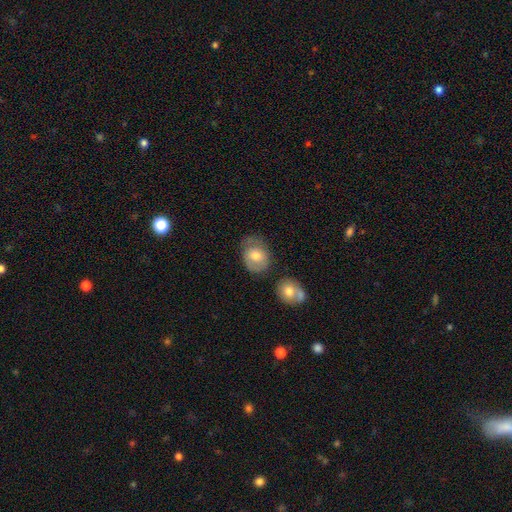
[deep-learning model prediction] Smooth or featured?
  - smooth: 71% *
  - featured or disk: 22%
  - star or artifact: 7%
How rounded?
  - in between: 50% *
  - round: 49%
  - cigar-shaped: 1%
Merging?
  - none: 56% *
  - minor disturbance: 26%
  - major disturbance: 9%
  - merger: 9%